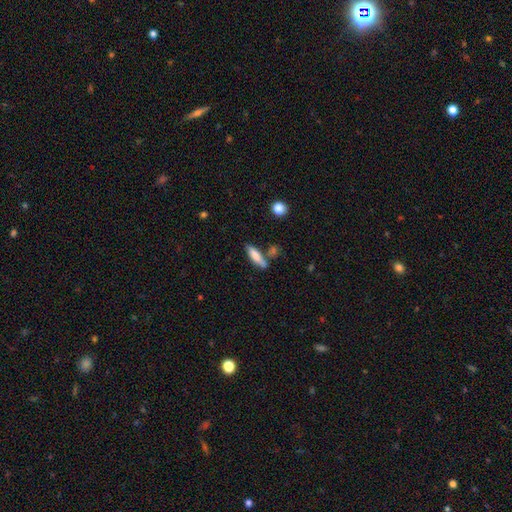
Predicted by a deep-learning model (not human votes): smooth_or_featured: smooth (p=0.71) [alt: featured or disk p=0.22]
how_rounded: cigar-shaped (p=0.62) [alt: in between p=0.36]
merging: none (p=0.64) [alt: merger p=0.16]